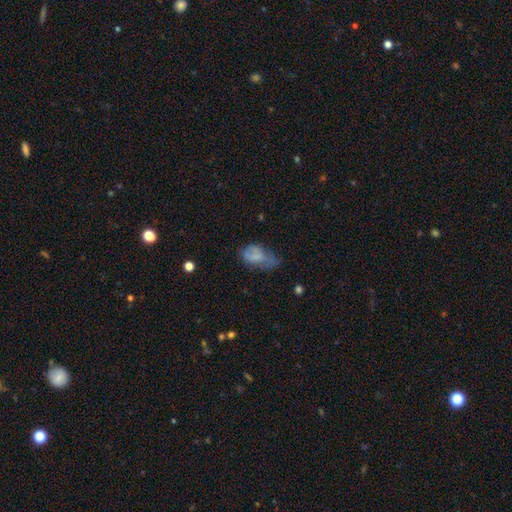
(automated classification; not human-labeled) A smooth galaxy with no disk features (61%) that is in between round and cigar-shaped (89%). Merging: major disturbance (37%).